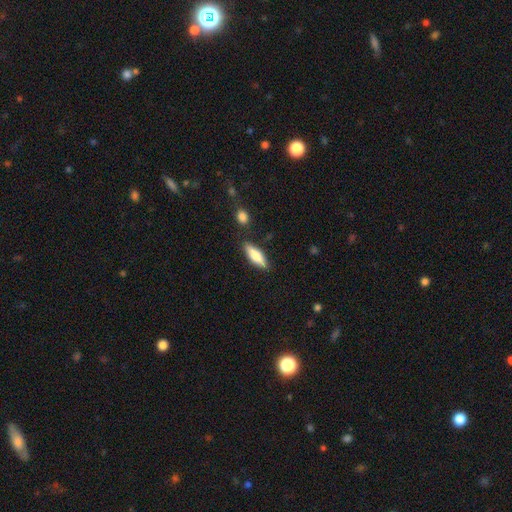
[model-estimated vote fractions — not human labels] Smooth or featured? Predicted: smooth (p=0.71). How rounded? Predicted: in between (p=0.50). Merging? Predicted: none (p=0.82).